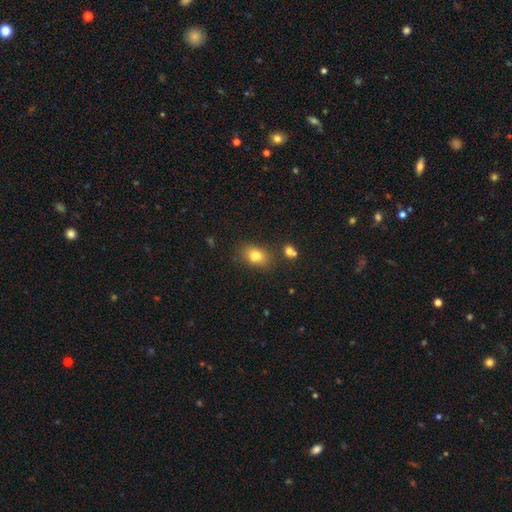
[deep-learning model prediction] Smooth or featured: smooth — 80% (star or artifact — 11%)
How rounded: in between — 75% (round — 24%)
Merging: none — 77% (minor disturbance — 13%)